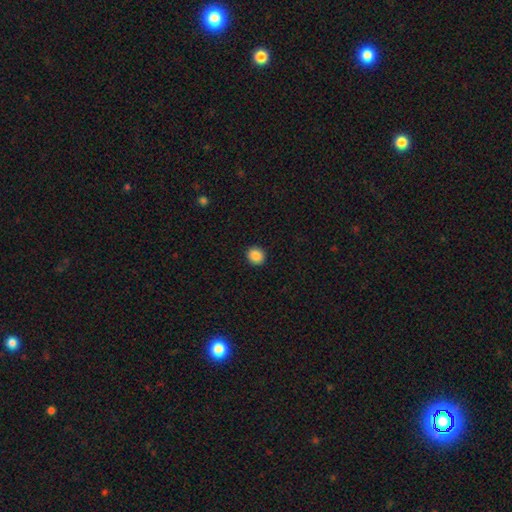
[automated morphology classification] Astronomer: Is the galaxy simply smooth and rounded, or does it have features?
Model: smooth — 87%.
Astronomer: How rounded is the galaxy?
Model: round — 87%.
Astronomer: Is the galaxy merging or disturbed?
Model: none — 93%.